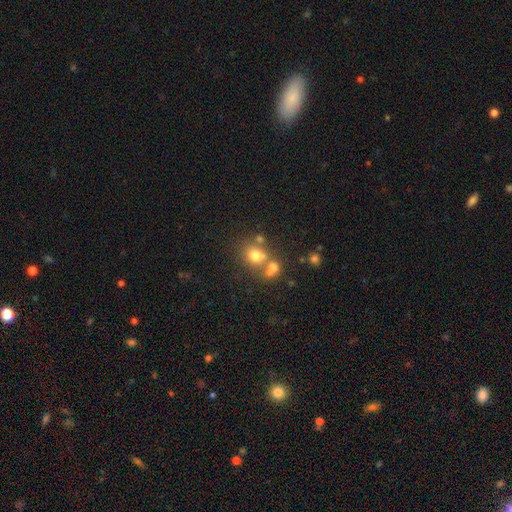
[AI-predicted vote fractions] smooth_or_featured: smooth (p=0.70) [alt: star or artifact p=0.16]
how_rounded: round (p=0.73) [alt: in between p=0.26]
merging: none (p=0.48) [alt: merger p=0.37]